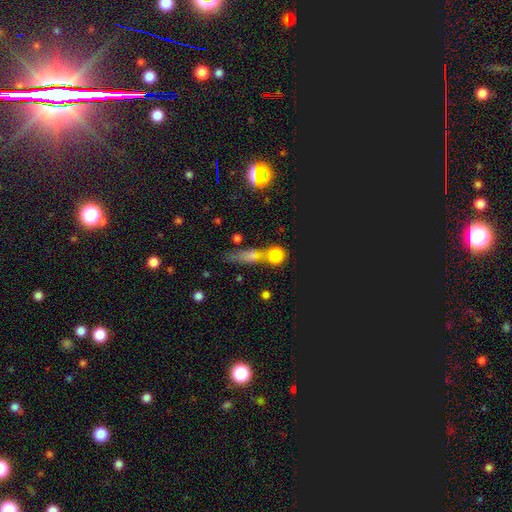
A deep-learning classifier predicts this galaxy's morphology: A star or artifact, not a galaxy (55%).

Vote fractions:
- Smooth or featured? star or artifact: 55% / smooth: 30% / featured or disk: 15%